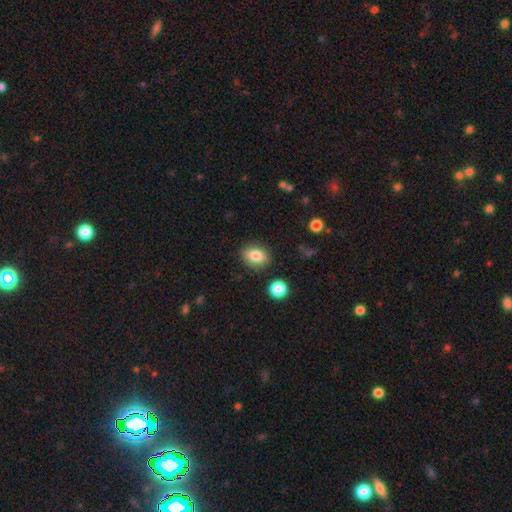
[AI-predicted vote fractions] Q: Smooth or featured?
A: smooth (82%); runner-up: star or artifact (9%)
Q: How rounded?
A: in between (64%); runner-up: round (35%)
Q: Merging?
A: none (86%); runner-up: minor disturbance (9%)